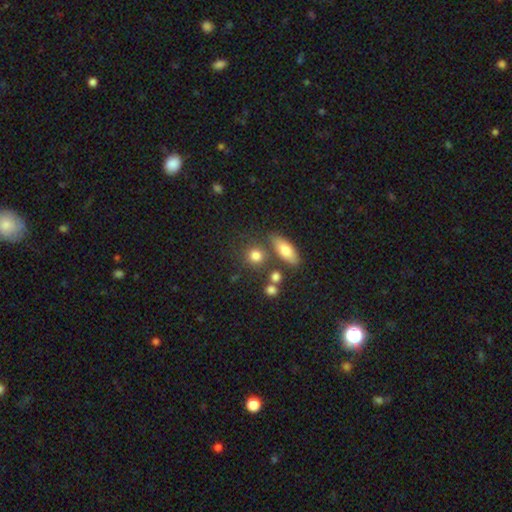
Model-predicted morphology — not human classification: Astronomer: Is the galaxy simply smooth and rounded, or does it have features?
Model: smooth — 79%.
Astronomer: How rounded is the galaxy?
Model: round — 75%.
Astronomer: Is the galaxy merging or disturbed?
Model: none — 67%.